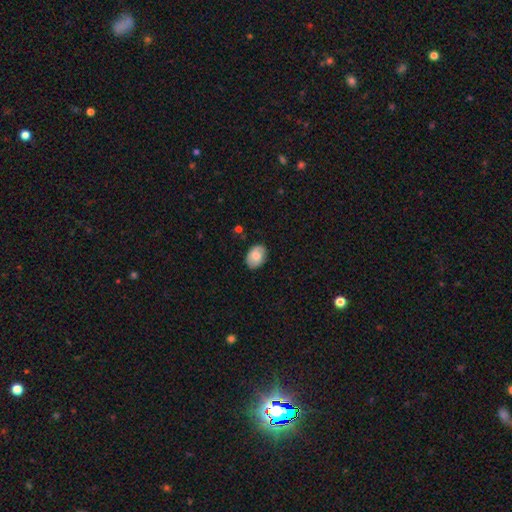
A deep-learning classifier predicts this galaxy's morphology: This appears to be a smooth galaxy with no disk features (79%) that is in between round and cigar-shaped (80%). Merging: none (82%).